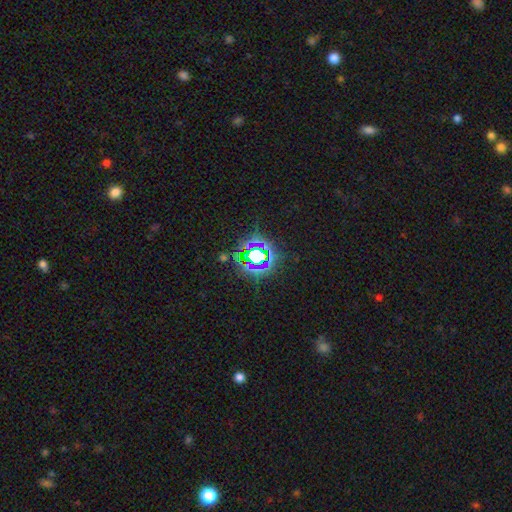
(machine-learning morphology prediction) smooth_or_featured: star or artifact (p=0.70) [alt: smooth p=0.17]